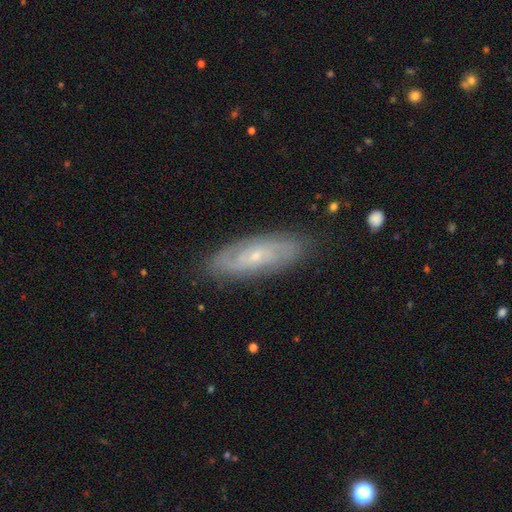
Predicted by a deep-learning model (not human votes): smooth_or_featured: featured or disk (p=0.75) [alt: smooth p=0.18]
disk_edge_on: no (p=0.88) [alt: yes p=0.12]
bar: no (p=0.62) [alt: weak p=0.32]
has_spiral_arms: yes (p=0.91) [alt: no p=0.09]
spiral_winding: tight (p=0.49) [alt: medium p=0.38]
spiral_arm_count: 2 (p=0.52) [alt: can't tell p=0.30]
bulge_size: small (p=0.80) [alt: moderate p=0.16]
merging: none (p=0.83) [alt: minor disturbance p=0.13]